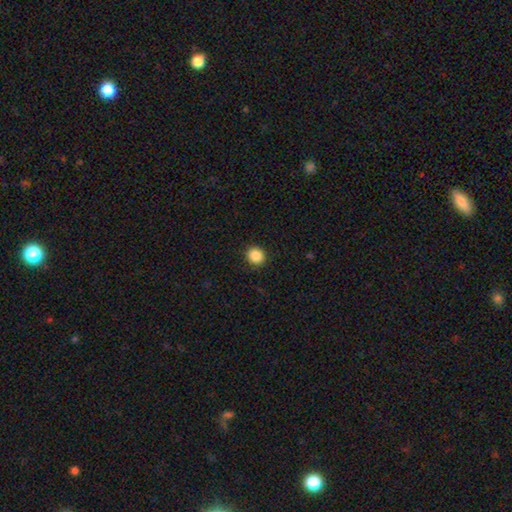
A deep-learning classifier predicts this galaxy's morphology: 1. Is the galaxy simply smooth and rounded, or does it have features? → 88% smooth, 9% star or artifact, 3% featured or disk.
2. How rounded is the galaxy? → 85% round, 14% in between, 1% cigar-shaped.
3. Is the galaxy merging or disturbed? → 91% none, 6% minor disturbance, 2% major disturbance, 1% merger.